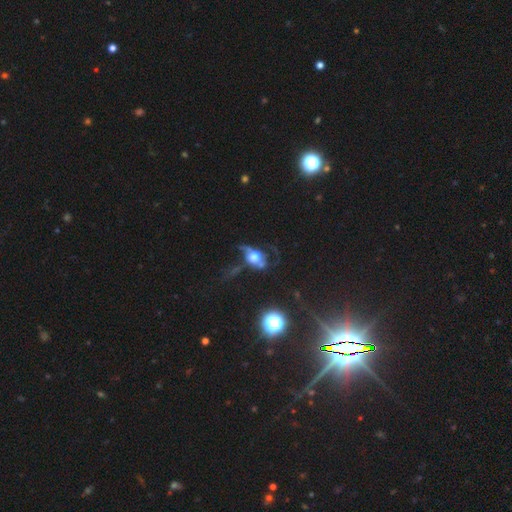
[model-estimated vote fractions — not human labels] A featured or disk galaxy (49%).

Vote fractions:
- Smooth or featured? featured or disk: 49% / smooth: 35% / star or artifact: 16%
- Merging? major disturbance: 47% / none: 26% / minor disturbance: 16% / merger: 10%